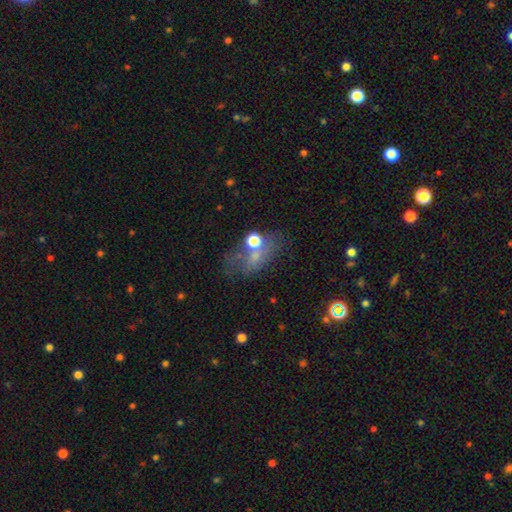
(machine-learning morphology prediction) type=smooth (48%); merging=none (46%).